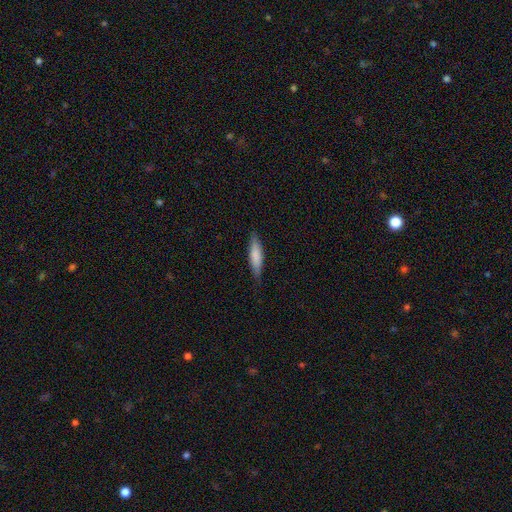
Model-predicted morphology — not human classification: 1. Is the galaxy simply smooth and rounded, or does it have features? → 77% smooth, 17% featured or disk, 5% star or artifact.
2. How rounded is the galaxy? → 74% cigar-shaped, 25% in between, 1% round.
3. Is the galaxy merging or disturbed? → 85% none, 12% minor disturbance, 2% major disturbance, 1% merger.